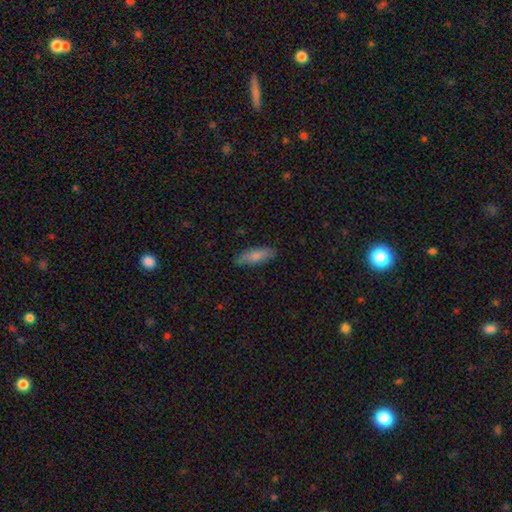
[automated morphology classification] Smooth or featured: smooth — 79% (featured or disk — 15%)
How rounded: in between — 59% (cigar-shaped — 39%)
Merging: none — 83% (minor disturbance — 14%)